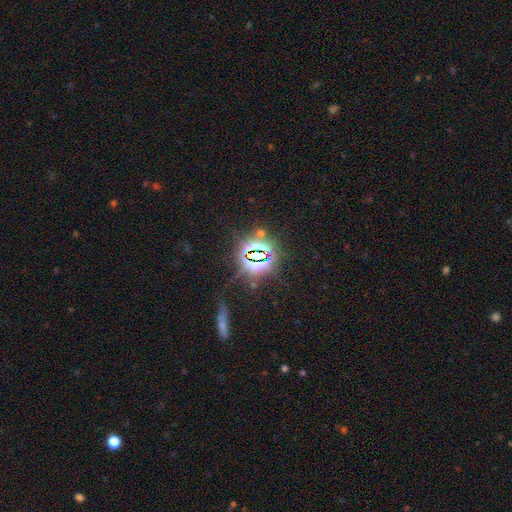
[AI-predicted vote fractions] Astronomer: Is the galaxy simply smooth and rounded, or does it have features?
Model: star or artifact — 81%.